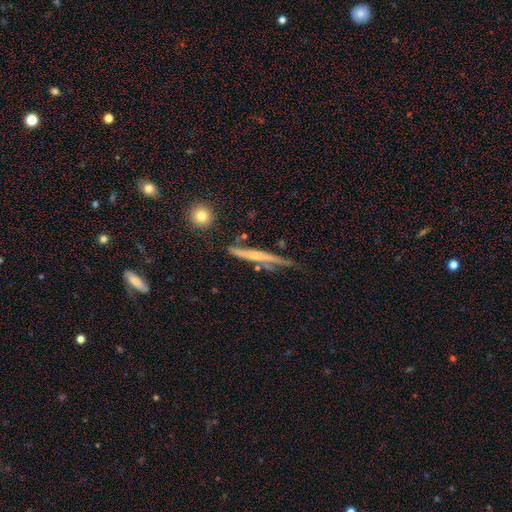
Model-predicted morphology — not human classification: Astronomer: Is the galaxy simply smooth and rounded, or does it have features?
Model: featured or disk — 61%.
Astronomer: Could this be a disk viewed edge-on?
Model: yes — 91%.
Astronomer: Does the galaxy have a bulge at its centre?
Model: none — 50% (runner-up: rounded, 42%).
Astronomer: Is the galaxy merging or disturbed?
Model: none — 61%.